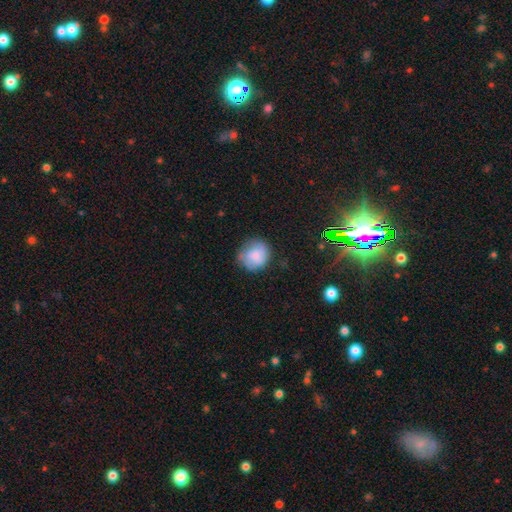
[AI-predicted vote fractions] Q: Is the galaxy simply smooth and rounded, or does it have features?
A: smooth — 73%.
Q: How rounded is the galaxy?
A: round — 83%.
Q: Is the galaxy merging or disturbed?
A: none — 67%.